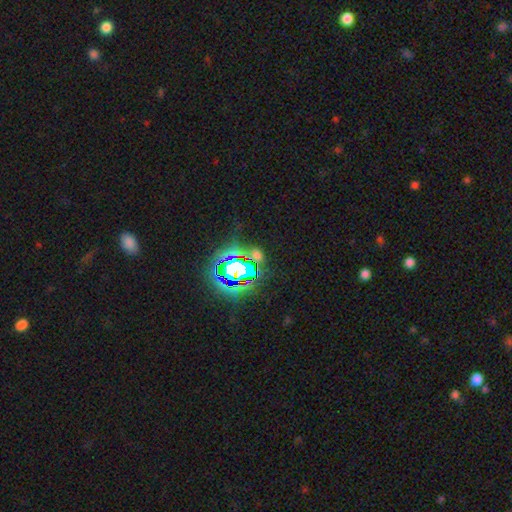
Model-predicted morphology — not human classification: This is likely a star or artifact rather than a galaxy (64%).